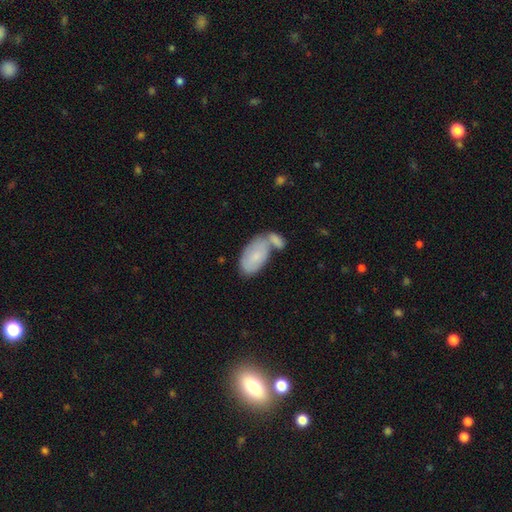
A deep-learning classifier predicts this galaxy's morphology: A smooth galaxy with no disk features (73%) that is in between round and cigar-shaped (94%).

Vote fractions:
- Smooth or featured? smooth: 73% / featured or disk: 20% / star or artifact: 6%
- How rounded? in between: 94% / cigar-shaped: 3% / round: 3%
- Merging? merger: 46% / none: 32% / minor disturbance: 15% / major disturbance: 7%